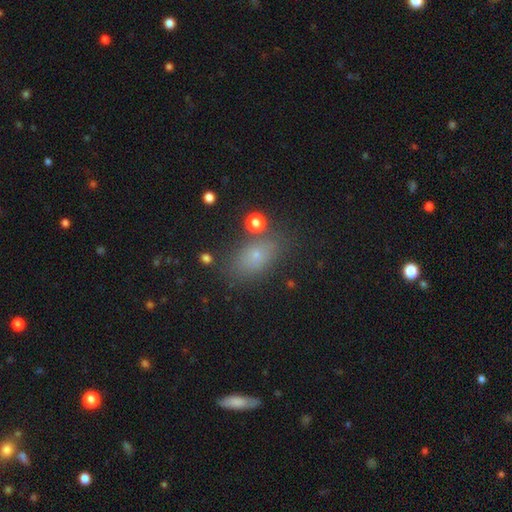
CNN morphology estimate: smooth 67%, star or artifact 19%, featured or disk 14%. Down the decision tree: how rounded — in between (81%); merging — none (75%).